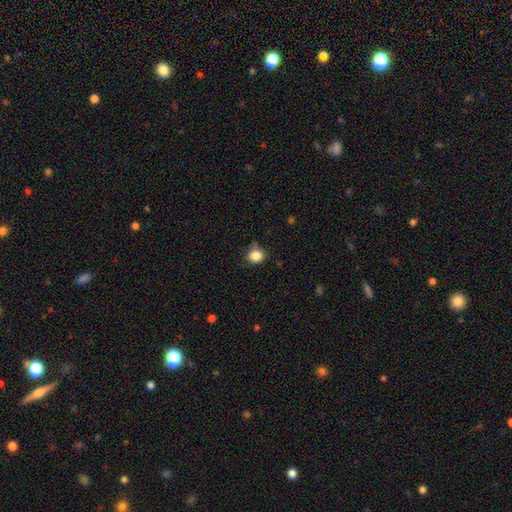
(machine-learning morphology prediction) This appears to be a smooth galaxy with no disk features (85%) that is round (83%). Merging: none (70%).